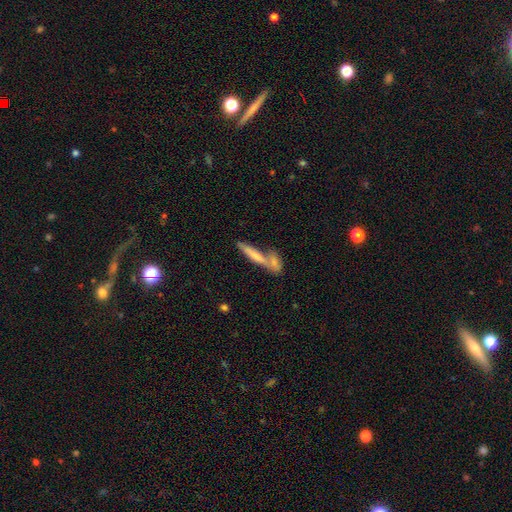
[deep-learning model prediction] Smooth or featured?
  - smooth: 61% *
  - featured or disk: 32%
  - star or artifact: 7%
How rounded?
  - cigar-shaped: 87% *
  - in between: 11%
  - round: 2%
Merging?
  - none: 47% *
  - merger: 40%
  - minor disturbance: 9%
  - major disturbance: 4%